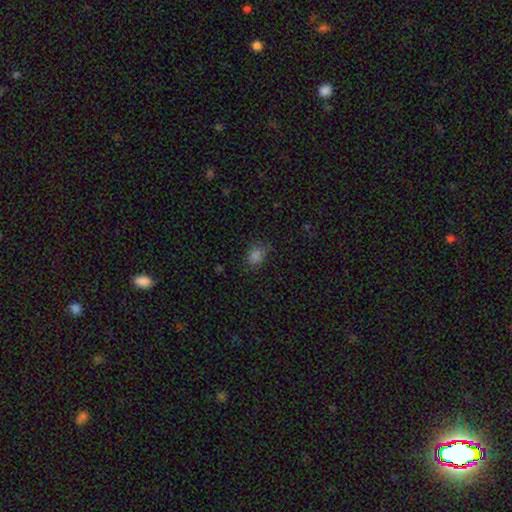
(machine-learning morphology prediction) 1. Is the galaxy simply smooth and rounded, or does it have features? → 80% smooth, 16% star or artifact, 4% featured or disk.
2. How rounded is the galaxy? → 51% in between, 47% round, 1% cigar-shaped.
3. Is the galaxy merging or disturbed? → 75% none, 19% minor disturbance, 5% major disturbance, 2% merger.